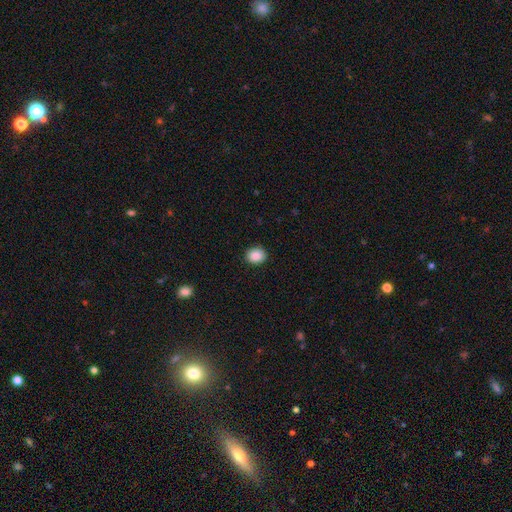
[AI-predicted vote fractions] Smooth or featured?
  - smooth: 89% *
  - star or artifact: 8%
  - featured or disk: 3%
How rounded?
  - round: 61% *
  - in between: 39%
  - cigar-shaped: 1%
Merging?
  - none: 90% *
  - minor disturbance: 7%
  - major disturbance: 2%
  - merger: 1%